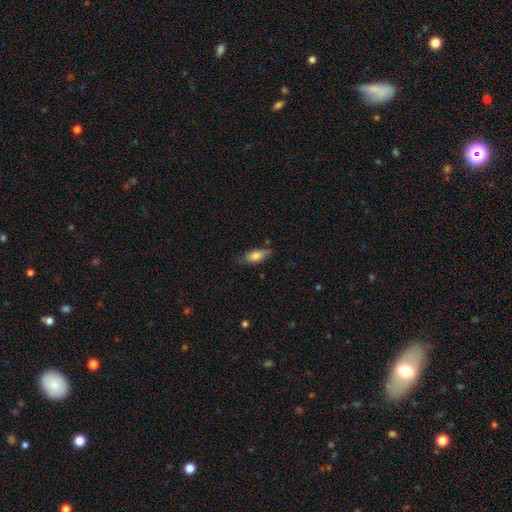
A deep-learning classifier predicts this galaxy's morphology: The model was most divided on "merging": none: 66%, minor disturbance: 26%, major disturbance: 6%, merger: 2%. More confident: how rounded — in between (82%); smooth or featured — smooth (75%).